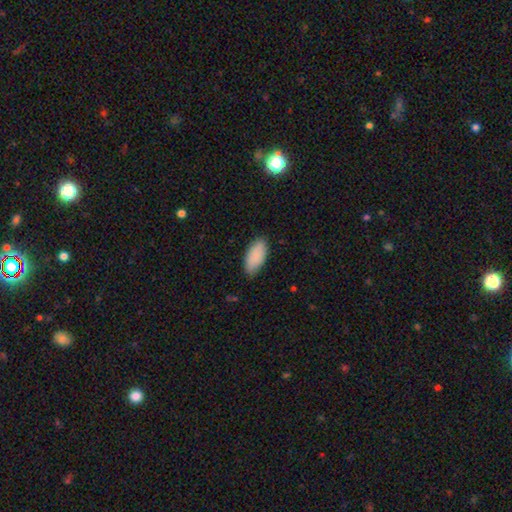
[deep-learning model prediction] Smooth or featured? smooth (88%)
How rounded? in between (91%)
Merging? none (83%)